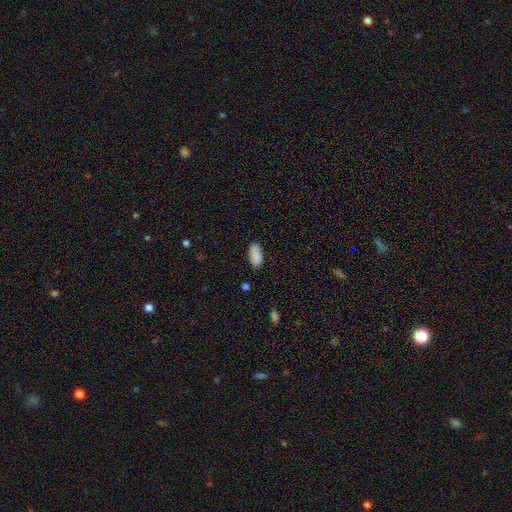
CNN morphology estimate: Smooth or featured: smooth — 85% (featured or disk — 8%)
How rounded: in between — 91% (cigar-shaped — 6%)
Merging: none — 75% (minor disturbance — 18%)